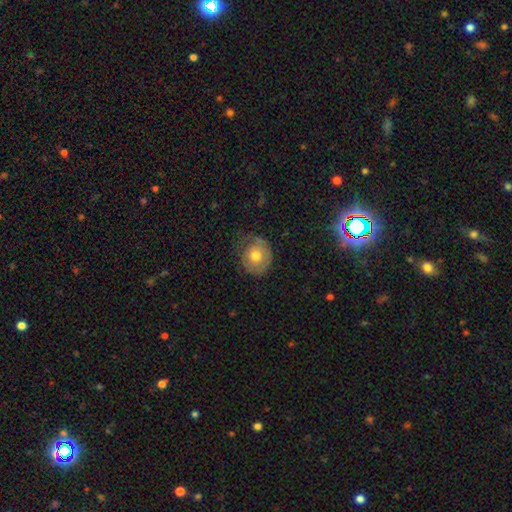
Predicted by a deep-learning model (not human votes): Smooth or featured: smooth — 59% (featured or disk — 34%)
How rounded: round — 77% (in between — 23%)
Merging: none — 58% (minor disturbance — 27%)